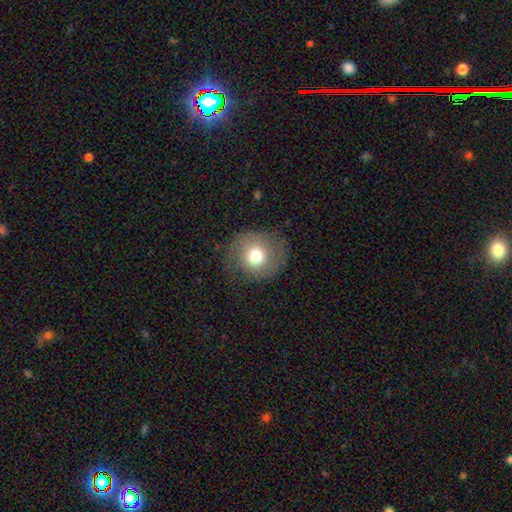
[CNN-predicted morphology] A smooth galaxy with no disk features (71%) that is round (89%). Merging: none (76%).